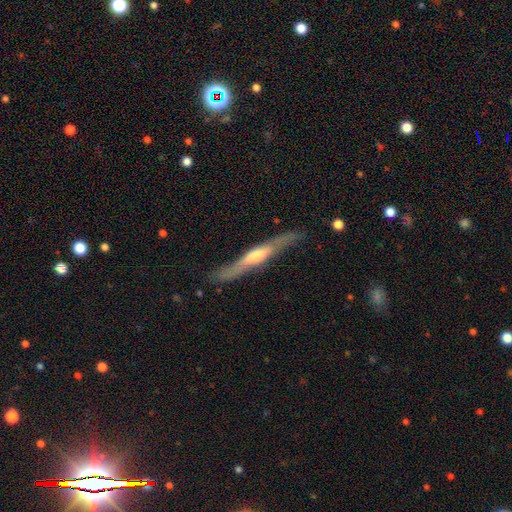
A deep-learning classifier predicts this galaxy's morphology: A featured or disk galaxy (66%) viewed edge-on (90%) with a rounded central bulge (60%). Merging: none (79%).